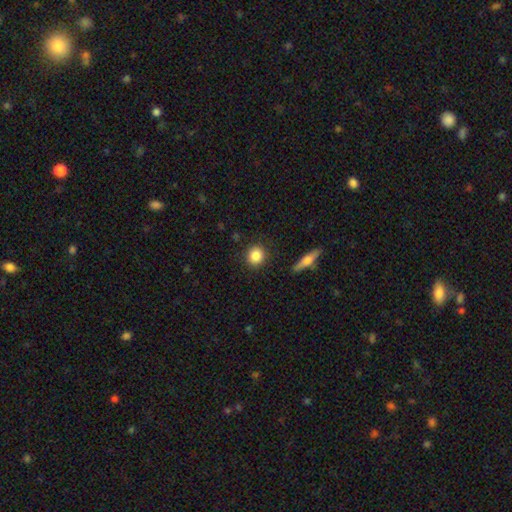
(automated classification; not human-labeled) This appears to be a smooth galaxy with no disk features (86%) that is round (84%). Merging: none (89%).